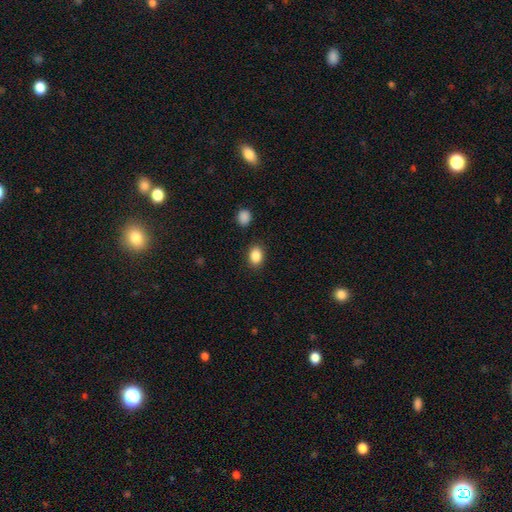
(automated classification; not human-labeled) smooth 87%, star or artifact 9%, featured or disk 4%. Down the decision tree: how rounded — in between (74%); merging — none (85%).